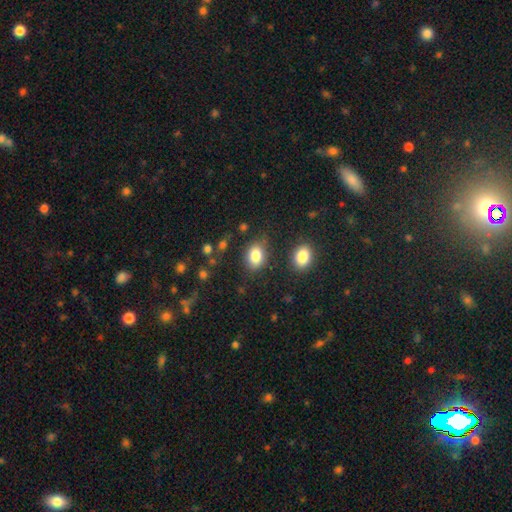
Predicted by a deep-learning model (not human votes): Overall: smooth (83%). How rounded: in between (72%). Merging: none (76%).